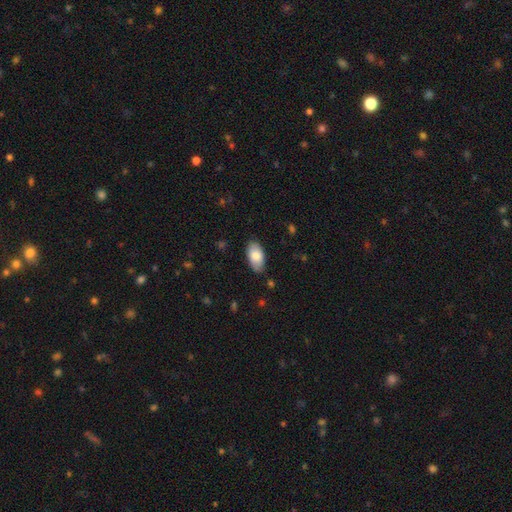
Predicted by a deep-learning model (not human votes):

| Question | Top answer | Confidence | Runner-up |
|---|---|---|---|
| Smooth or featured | smooth | 79% | featured or disk (15%) |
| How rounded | in between | 95% | round (3%) |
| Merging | none | 82% | minor disturbance (14%) |